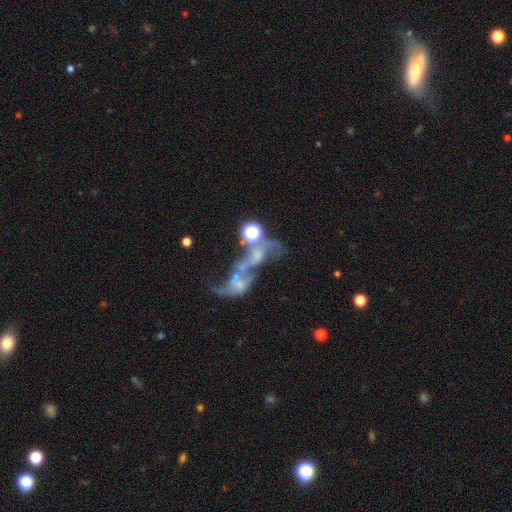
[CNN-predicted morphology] type=featured or disk (53%); edge-on=no (93%); merging=merger (46%).